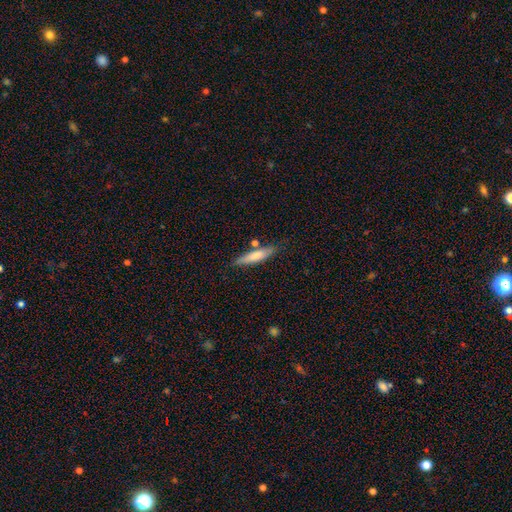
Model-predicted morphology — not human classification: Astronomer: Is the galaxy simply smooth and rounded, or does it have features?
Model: smooth — 69%.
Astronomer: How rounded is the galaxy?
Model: cigar-shaped — 82%.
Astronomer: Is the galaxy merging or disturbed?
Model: none — 73%.